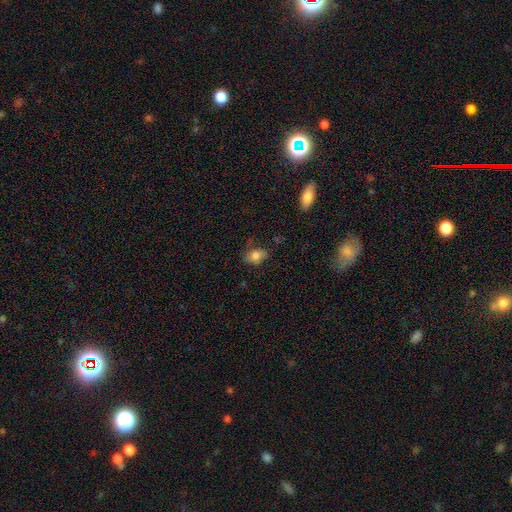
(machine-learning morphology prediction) smooth-or-featured: smooth: 77% | featured or disk: 13% | star or artifact: 10%
  how-rounded: in between: 74% | round: 24% | cigar-shaped: 2%
  merging: none: 57% | minor disturbance: 29% | major disturbance: 11% | merger: 2%